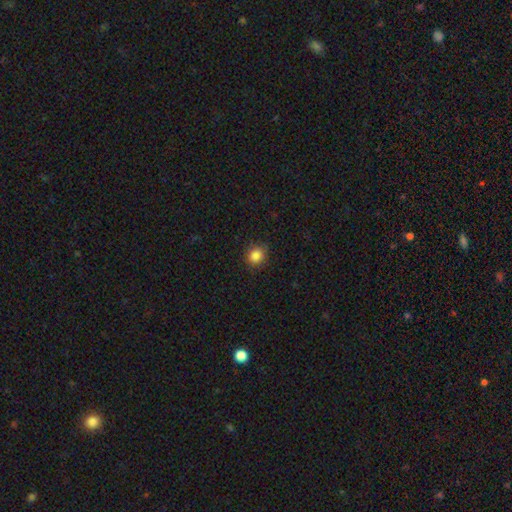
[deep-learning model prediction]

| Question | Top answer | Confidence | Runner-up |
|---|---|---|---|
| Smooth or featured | smooth | 85% | star or artifact (11%) |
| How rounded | round | 76% | in between (23%) |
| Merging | none | 86% | minor disturbance (10%) |